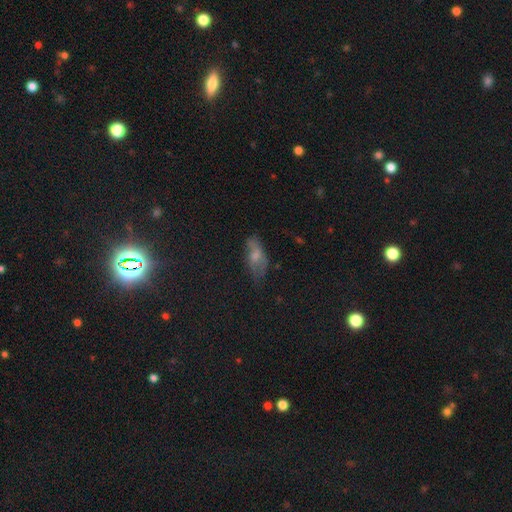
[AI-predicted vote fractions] smooth 55%, featured or disk 30%, star or artifact 16%. Down the decision tree: how rounded — in between (81%); merging — none (55%).